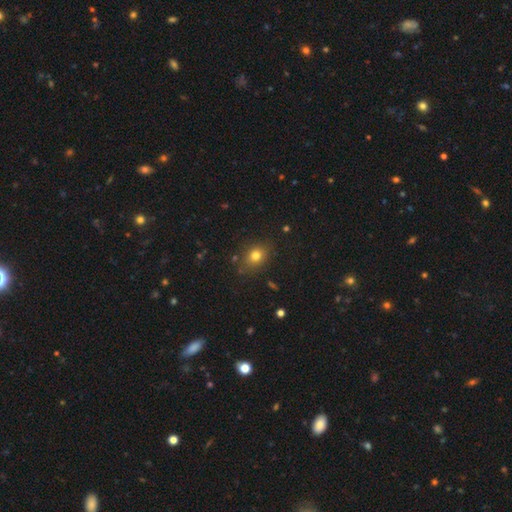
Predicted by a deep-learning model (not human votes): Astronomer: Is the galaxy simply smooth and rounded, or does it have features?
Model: smooth — 77%.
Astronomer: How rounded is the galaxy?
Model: round — 50% (runner-up: in between, 48%).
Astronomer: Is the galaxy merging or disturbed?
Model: none — 83%.